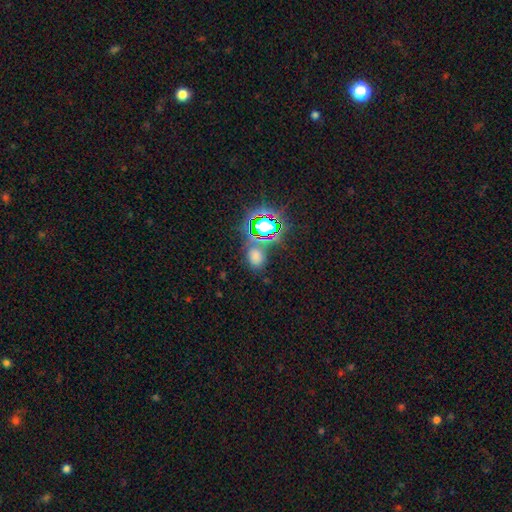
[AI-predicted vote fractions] This appears to be a smooth galaxy with no disk features (58%) that is in between round and cigar-shaped (66%). Merging: none (70%).